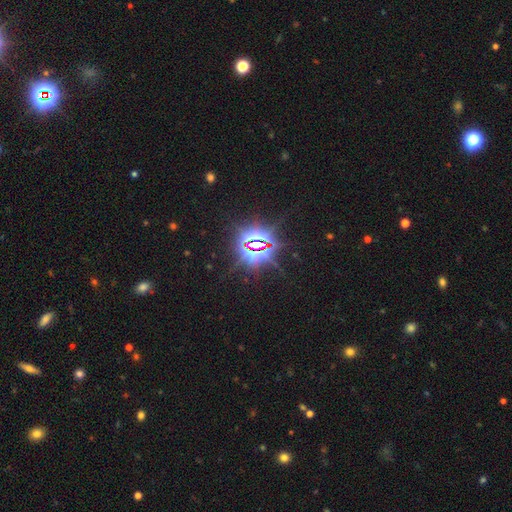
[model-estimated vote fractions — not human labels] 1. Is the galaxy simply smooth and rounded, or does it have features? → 84% star or artifact, 8% smooth, 8% featured or disk.